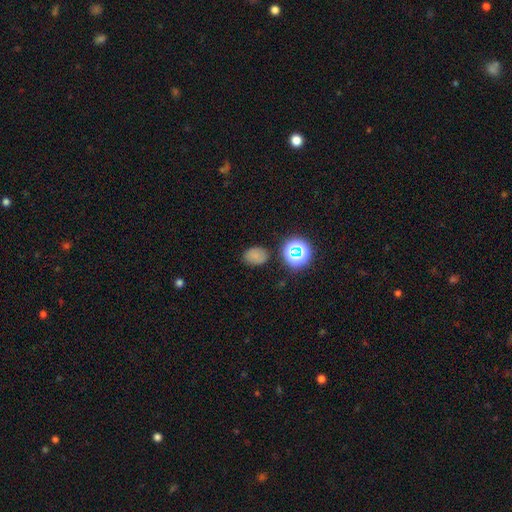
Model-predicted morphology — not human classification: Smooth or featured: smooth — 74% (star or artifact — 20%)
How rounded: in between — 61% (round — 38%)
Merging: none — 82% (minor disturbance — 12%)